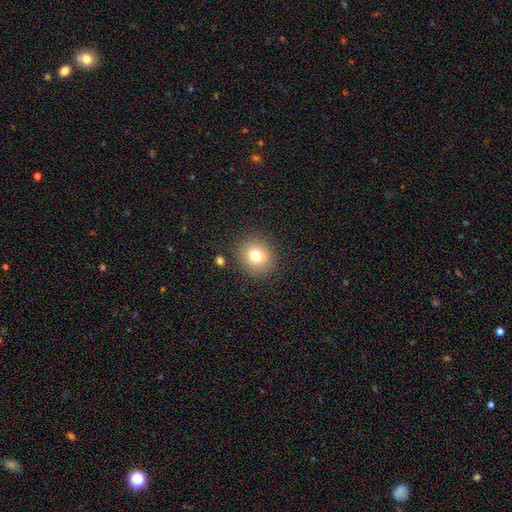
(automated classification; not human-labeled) Smooth or featured? smooth (76%)
How rounded? round (83%)
Merging? none (86%)